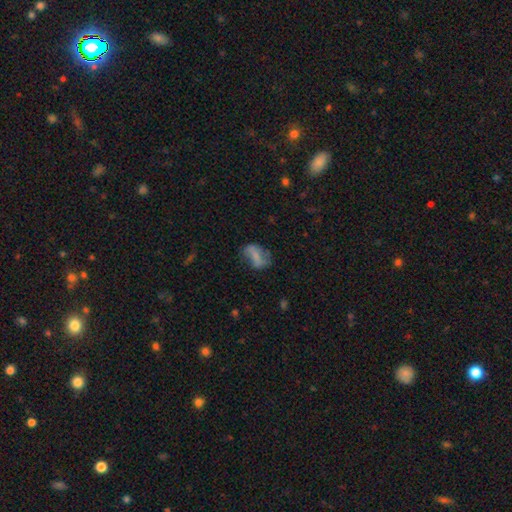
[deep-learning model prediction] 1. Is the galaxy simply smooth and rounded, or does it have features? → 45% featured or disk (tied), 45% smooth (tied), 10% star or artifact.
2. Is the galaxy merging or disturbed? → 54% none, 26% minor disturbance, 17% major disturbance, 3% merger.